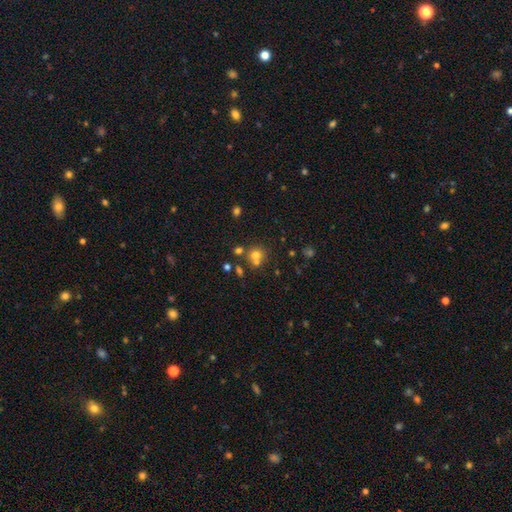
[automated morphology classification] This appears to be a smooth galaxy with no disk features (68%) that is round (84%). Merging: none (52%).